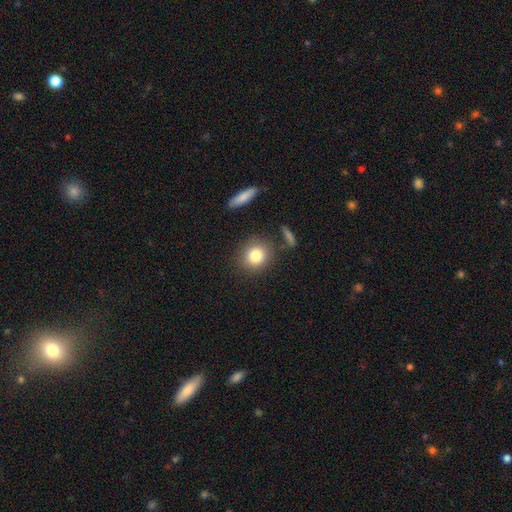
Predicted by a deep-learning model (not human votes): Smooth or featured?
  - smooth: 82% *
  - star or artifact: 9%
  - featured or disk: 9%
How rounded?
  - round: 84% *
  - in between: 15%
  - cigar-shaped: 1%
Merging?
  - none: 82% *
  - minor disturbance: 10%
  - merger: 5%
  - major disturbance: 3%